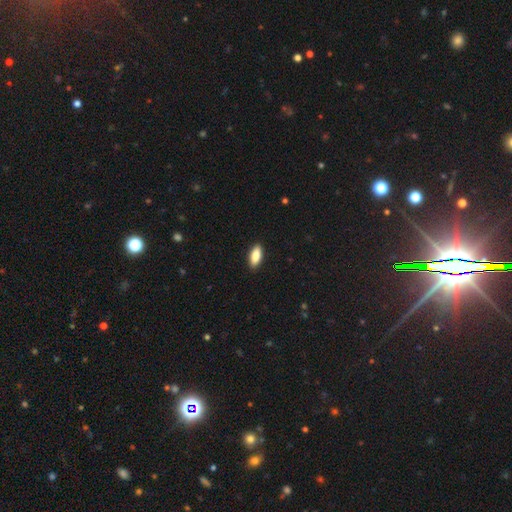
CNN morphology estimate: Q: Smooth or featured?
A: smooth (88%); runner-up: star or artifact (6%)
Q: How rounded?
A: in between (84%); runner-up: cigar-shaped (14%)
Q: Merging?
A: none (90%); runner-up: minor disturbance (8%)